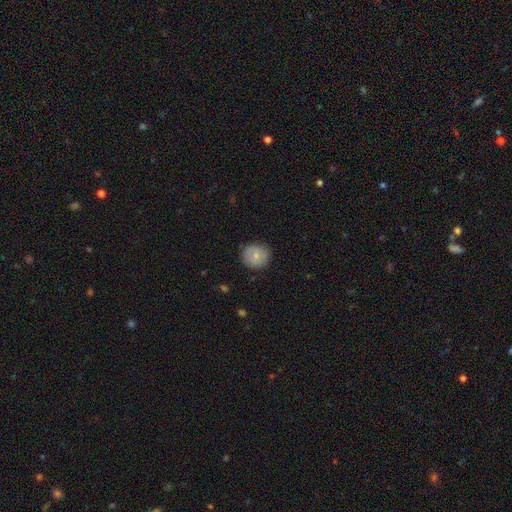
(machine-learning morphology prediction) Smooth or featured?
  - smooth: 74% *
  - featured or disk: 19%
  - star or artifact: 8%
How rounded?
  - round: 87% *
  - in between: 12%
  - cigar-shaped: 1%
Merging?
  - none: 83% *
  - minor disturbance: 13%
  - major disturbance: 3%
  - merger: 1%